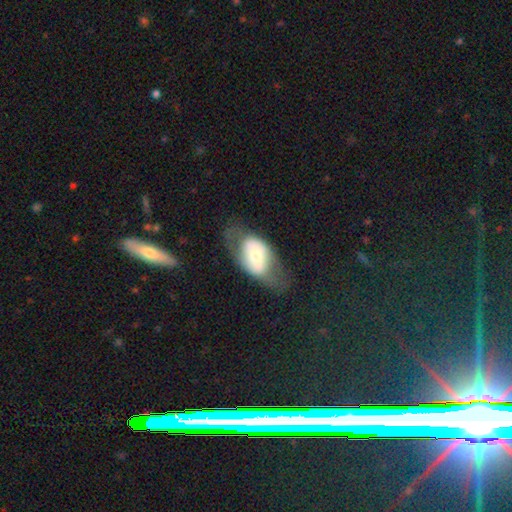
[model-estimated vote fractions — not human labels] Overall: featured or disk (49%; smooth 44%). Merging: none (53%; minor disturbance 23%).